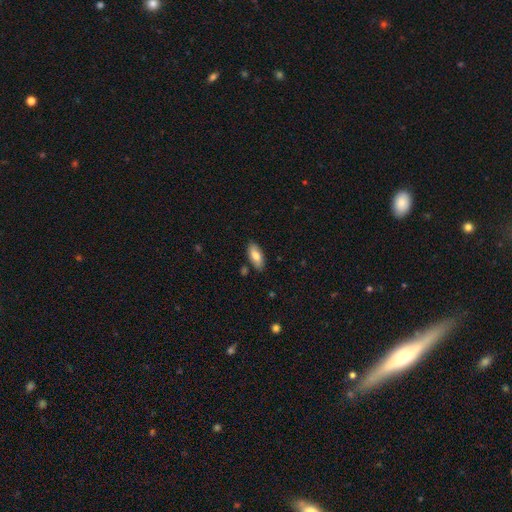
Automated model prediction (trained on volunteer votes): A smooth galaxy with no disk features (78%) that is in between round and cigar-shaped (88%). Merging: none (84%).